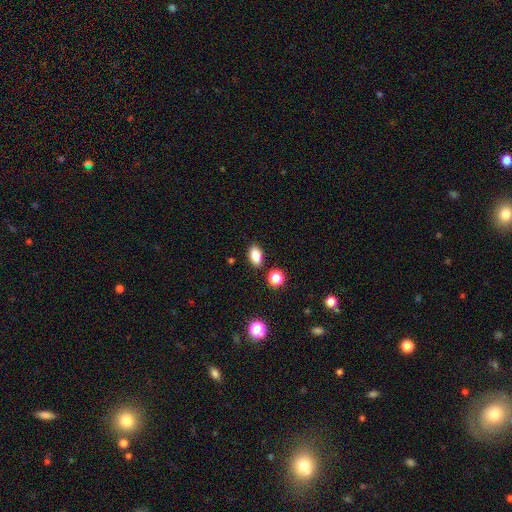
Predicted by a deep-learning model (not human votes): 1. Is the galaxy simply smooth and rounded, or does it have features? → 84% smooth, 10% star or artifact, 6% featured or disk.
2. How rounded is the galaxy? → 88% in between, 8% round, 3% cigar-shaped.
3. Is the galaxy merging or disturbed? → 86% none, 9% minor disturbance, 3% merger, 2% major disturbance.